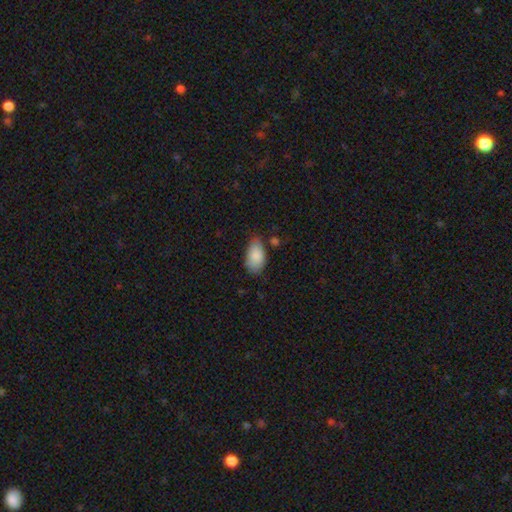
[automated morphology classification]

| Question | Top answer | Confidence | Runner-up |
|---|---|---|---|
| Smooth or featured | smooth | 87% | featured or disk (7%) |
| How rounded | in between | 94% | round (4%) |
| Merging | none | 63% | minor disturbance (28%) |